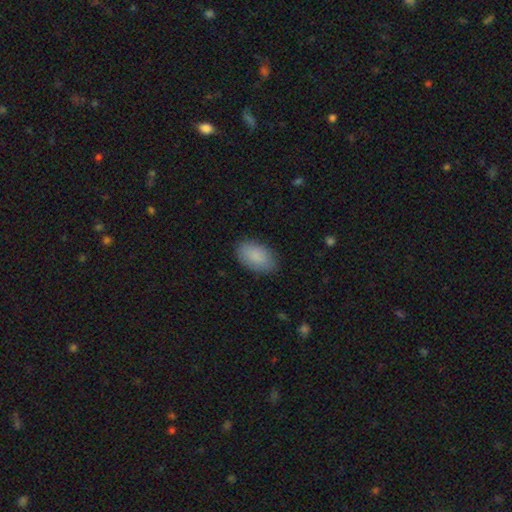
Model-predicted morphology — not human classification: A smooth galaxy with no disk features (89%) that is in between round and cigar-shaped (94%).

Vote fractions:
- Smooth or featured? smooth: 89% / star or artifact: 6% / featured or disk: 5%
- How rounded? in between: 94% / round: 5% / cigar-shaped: 2%
- Merging? none: 85% / minor disturbance: 12% / major disturbance: 3% / merger: 1%